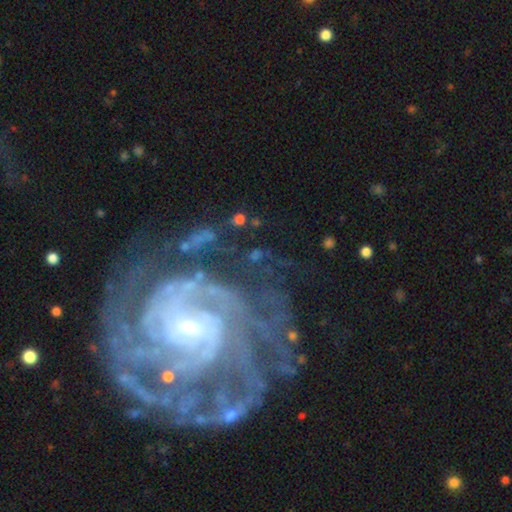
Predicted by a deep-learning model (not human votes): Overall: featured or disk (72%). Edge-on disk: no (95%). Bar: no (38%; weak 36%). Spiral arms: yes (89%). Spiral arm count: 2 (33%; can't tell 25%). Spiral winding: tight (54%; medium 34%). Bulge size: small (55%; moderate 33%). Merging: none (61%).